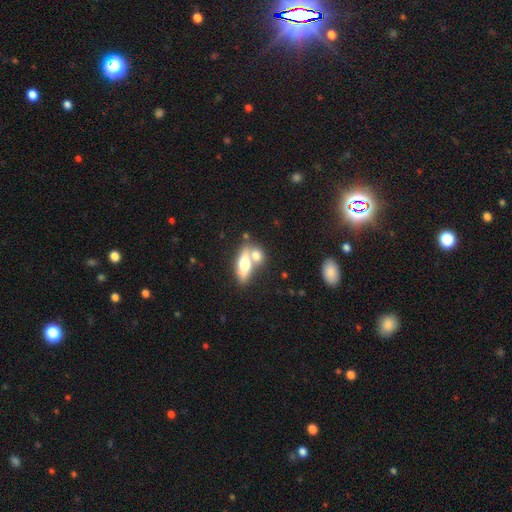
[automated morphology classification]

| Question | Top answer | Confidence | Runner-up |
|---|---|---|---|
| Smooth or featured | smooth | 64% | featured or disk (29%) |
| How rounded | in between | 67% | cigar-shaped (21%) |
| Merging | merger | 54% | none (33%) |